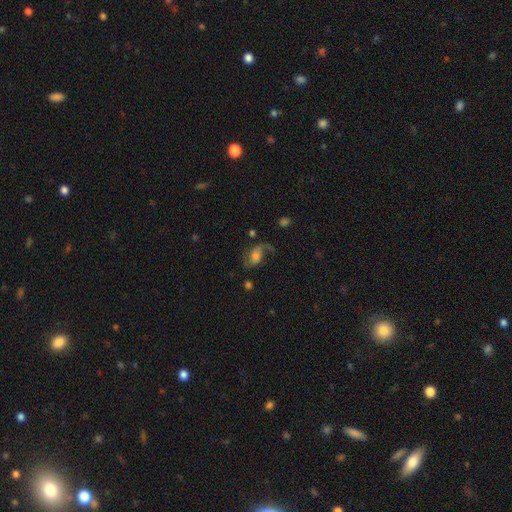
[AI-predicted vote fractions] Overall: featured or disk (59%; smooth 31%). Edge-on disk: no (96%). Bar: no (53%; weak 37%). Spiral arms: yes (88%). Bulge size: moderate (33%; small 26%). Merging: none (45%; major disturbance 32%).